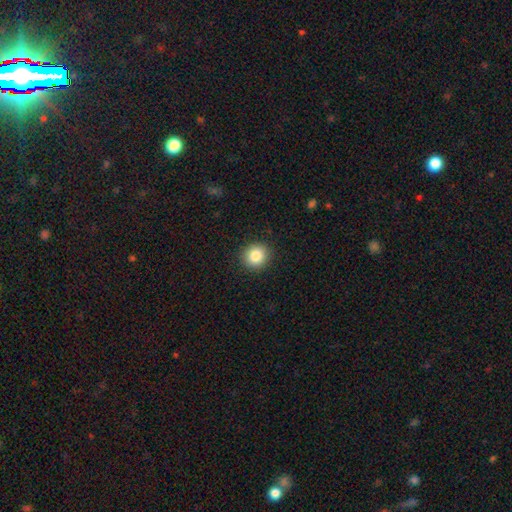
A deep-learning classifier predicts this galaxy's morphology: smooth-or-featured: smooth: 85% | star or artifact: 9% | featured or disk: 6%
  how-rounded: round: 87% | in between: 12% | cigar-shaped: 1%
  merging: none: 91% | minor disturbance: 6% | major disturbance: 2% | merger: 1%